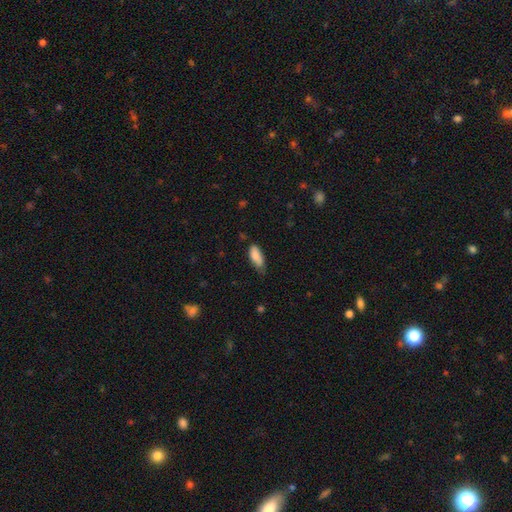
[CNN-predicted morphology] Q: Smooth or featured?
A: smooth (85%); runner-up: featured or disk (8%)
Q: How rounded?
A: in between (77%); runner-up: cigar-shaped (21%)
Q: Merging?
A: none (52%); runner-up: minor disturbance (38%)